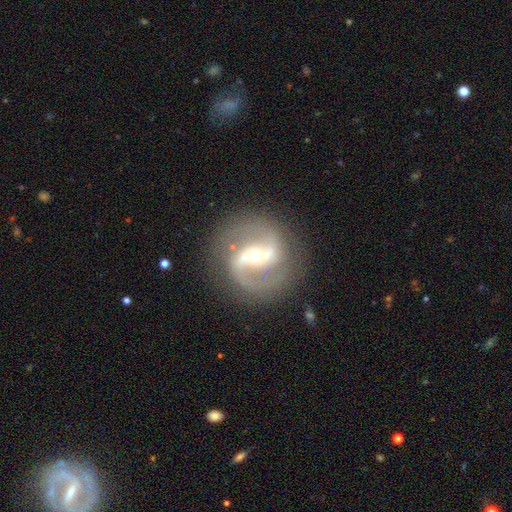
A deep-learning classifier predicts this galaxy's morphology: smooth-or-featured: featured or disk: 90% | star or artifact: 5% | smooth: 5%
  disk-edge-on: no: 97% | yes: 3%
    bar: strong: 48% | weak: 35% | no: 17%
    has-spiral-arms: yes: 96% | no: 4%
      spiral-winding: medium: 54% | loose: 31% | tight: 15%
      spiral-arm-count: 2: 93% | can't tell: 2% | 1: 2% | 3: 1% | 4: 1% | more than 4: 1%
    bulge-size: moderate: 48% (tied) | small: 48% (tied) | large: 2% | dominant: 1% | none: 1%
  merging: none: 85% | minor disturbance: 10% | major disturbance: 4% | merger: 1%